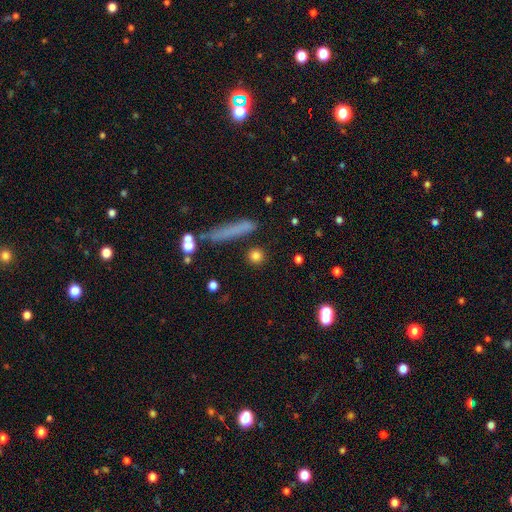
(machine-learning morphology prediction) This appears to be a smooth galaxy with no disk features (81%) that is round (87%). Merging: none (87%).